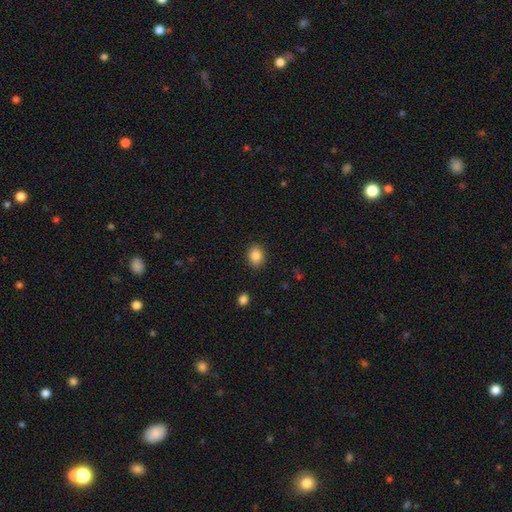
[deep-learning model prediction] Smooth or featured? Predicted: smooth (p=0.86). How rounded? Predicted: in between (p=0.51). Merging? Predicted: none (p=0.88).